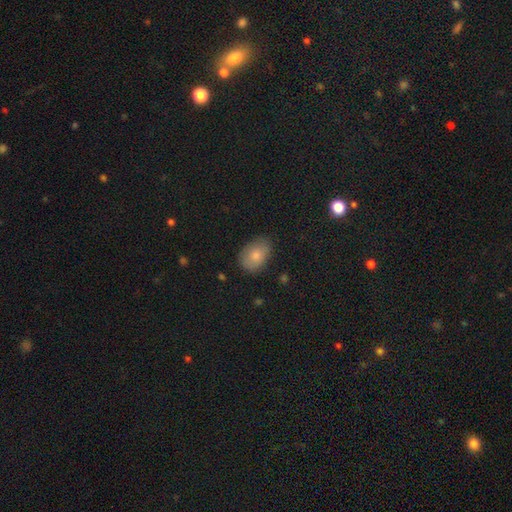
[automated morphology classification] smooth 80%, featured or disk 13%, star or artifact 8%. Down the decision tree: how rounded — in between (82%); merging — none (76%).